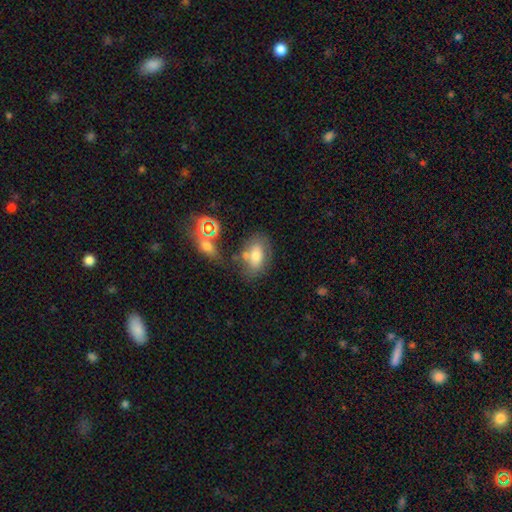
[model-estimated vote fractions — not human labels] smooth-or-featured: smooth: 66% | featured or disk: 22% | star or artifact: 12%
  how-rounded: in between: 85% | round: 12% | cigar-shaped: 3%
  merging: none: 51% | minor disturbance: 21% | merger: 18% | major disturbance: 11%